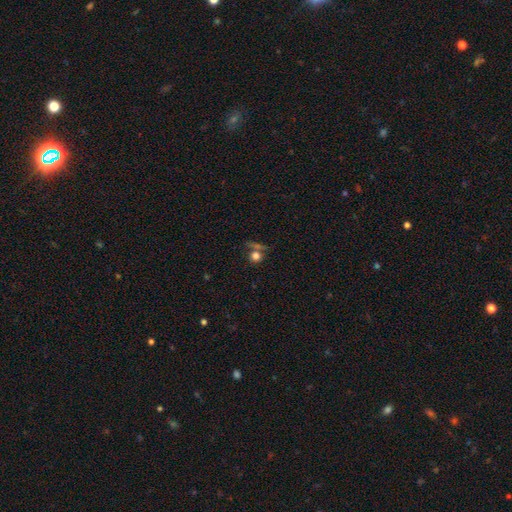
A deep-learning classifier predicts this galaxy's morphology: Smooth or featured?
  - smooth: 71% *
  - star or artifact: 19%
  - featured or disk: 11%
How rounded?
  - round: 86% *
  - in between: 11%
  - cigar-shaped: 3%
Merging?
  - none: 60% *
  - merger: 21%
  - minor disturbance: 11%
  - major disturbance: 8%